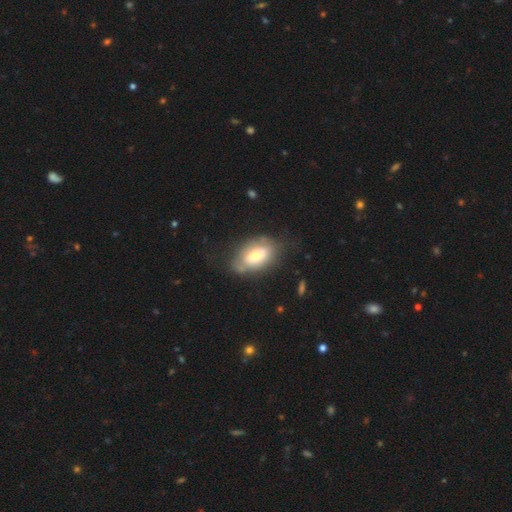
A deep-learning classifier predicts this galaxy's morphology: Smooth or featured? smooth (57%)
How rounded? in between (90%)
Merging? none (61%)